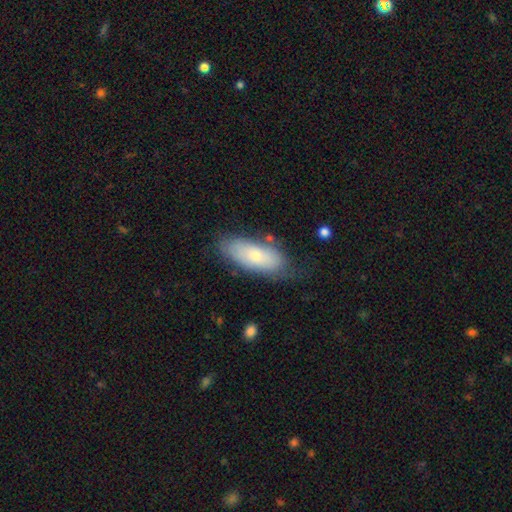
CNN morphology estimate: Overall: smooth (66%; featured or disk 27%). How rounded: in between (83%). Merging: none (64%).